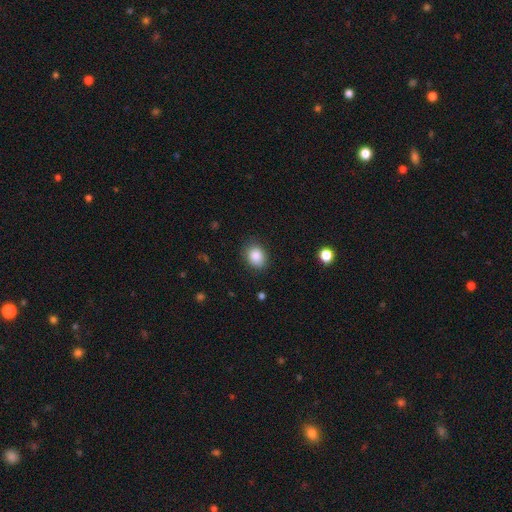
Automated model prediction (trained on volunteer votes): This appears to be a smooth galaxy with no disk features (87%) that is round (50%). Merging: none (82%).